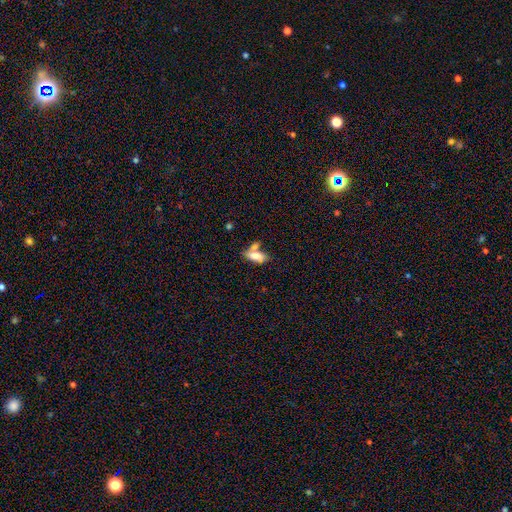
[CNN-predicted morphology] Smooth or featured? Predicted: smooth (p=0.74). How rounded? Predicted: in between (p=0.82). Merging? Predicted: merger (p=0.45).